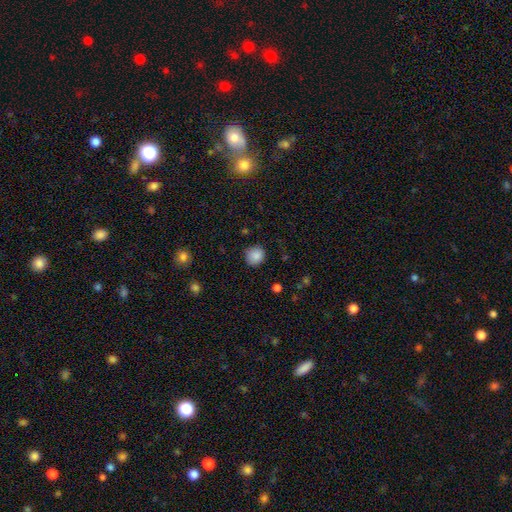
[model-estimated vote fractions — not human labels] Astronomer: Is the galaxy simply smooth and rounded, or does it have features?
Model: smooth — 87%.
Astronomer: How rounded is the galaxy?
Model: round — 86%.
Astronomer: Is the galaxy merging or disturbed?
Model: none — 84%.